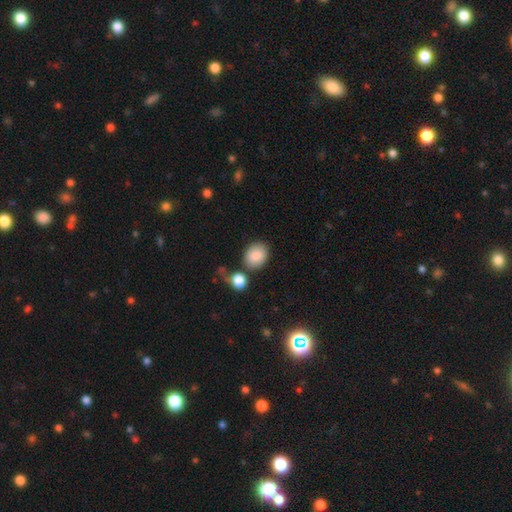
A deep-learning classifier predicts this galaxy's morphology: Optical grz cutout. It shows a smooth galaxy with no disk features (88%) that is in between round and cigar-shaped (50%). Merging: none (70%).